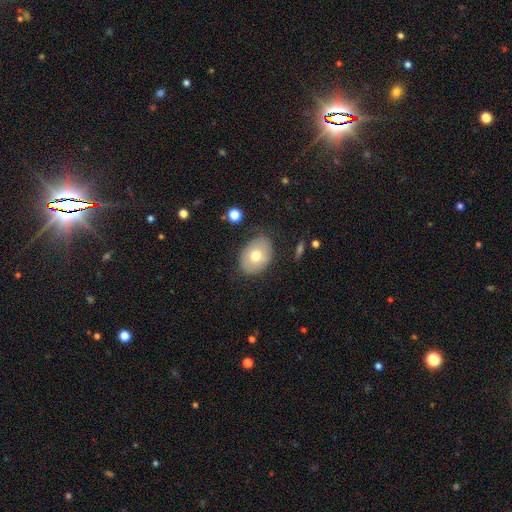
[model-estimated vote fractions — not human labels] This is likely a smooth galaxy (68%). How rounded: likely in between (76%). Merging: likely none (77%).